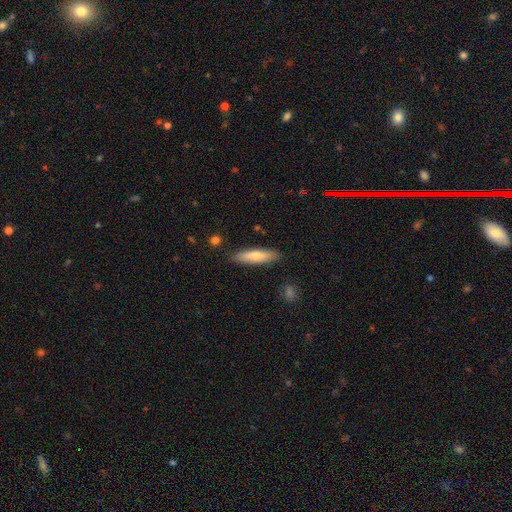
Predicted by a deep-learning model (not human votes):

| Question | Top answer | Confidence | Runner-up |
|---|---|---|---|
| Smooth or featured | smooth | 67% | featured or disk (27%) |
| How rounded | cigar-shaped | 71% | in between (27%) |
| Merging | none | 87% | minor disturbance (9%) |